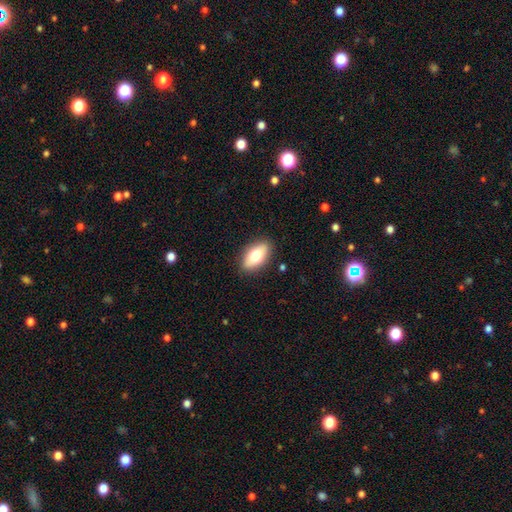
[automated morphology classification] smooth 72%, featured or disk 21%, star or artifact 7%. Down the decision tree: how rounded — in between (89%); merging — none (88%).